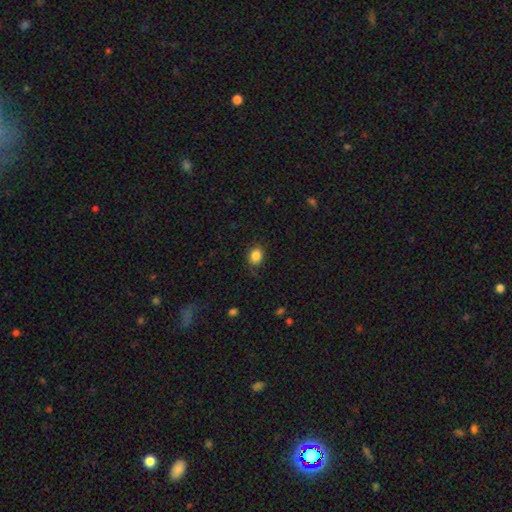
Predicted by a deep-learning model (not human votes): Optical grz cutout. It shows a smooth galaxy with no disk features (85%) that is round (50%). Merging: none (84%).